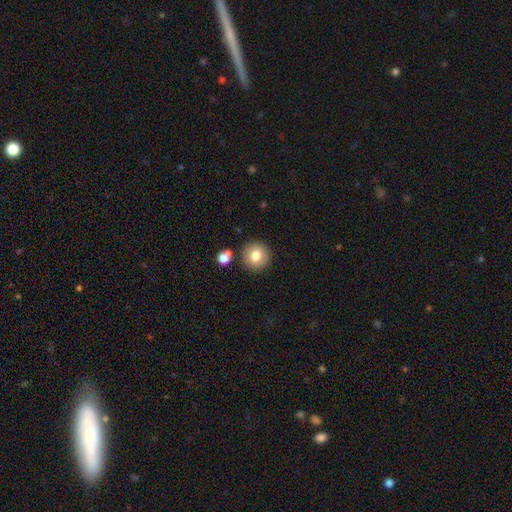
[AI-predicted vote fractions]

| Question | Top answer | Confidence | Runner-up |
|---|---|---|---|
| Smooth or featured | smooth | 80% | featured or disk (10%) |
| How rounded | round | 94% | in between (5%) |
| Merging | none | 86% | minor disturbance (7%) |